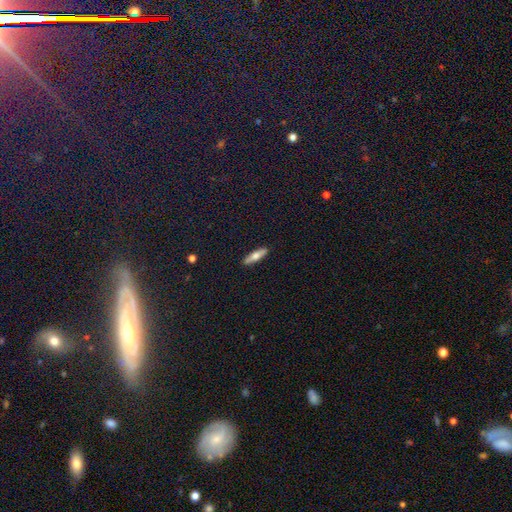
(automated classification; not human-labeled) The model was most divided on "smooth or featured": smooth: 58%, featured or disk: 36%, star or artifact: 6%. More confident: merging — none (91%); how rounded — cigar-shaped (74%).